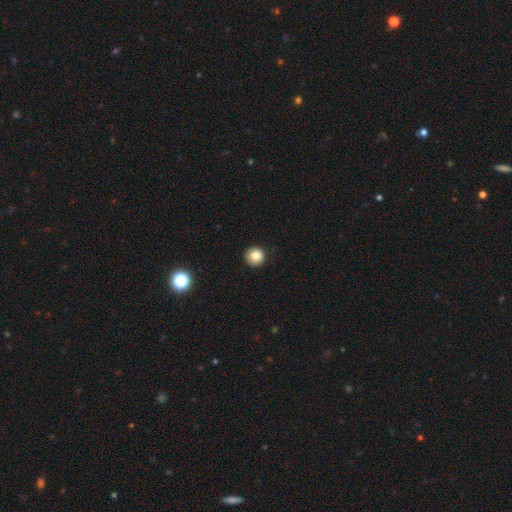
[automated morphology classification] type=smooth (84%); roundness=round (96%); merging=none (91%).